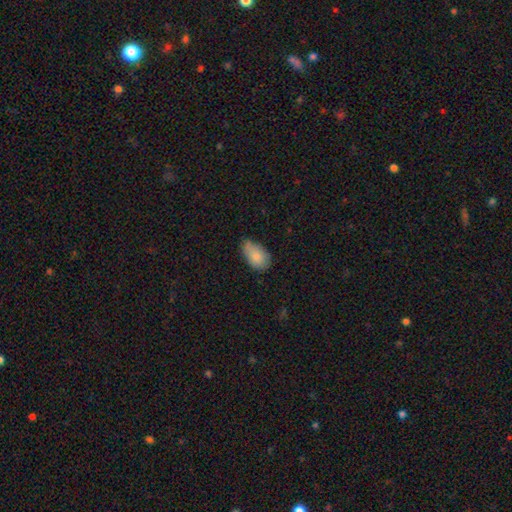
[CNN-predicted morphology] A smooth galaxy with no disk features (81%) that is in between round and cigar-shaped (92%).

Vote fractions:
- Smooth or featured? smooth: 81% / featured or disk: 11% / star or artifact: 7%
- How rounded? in between: 92% / round: 6% / cigar-shaped: 2%
- Merging? none: 51% / minor disturbance: 39% / major disturbance: 7% / merger: 3%